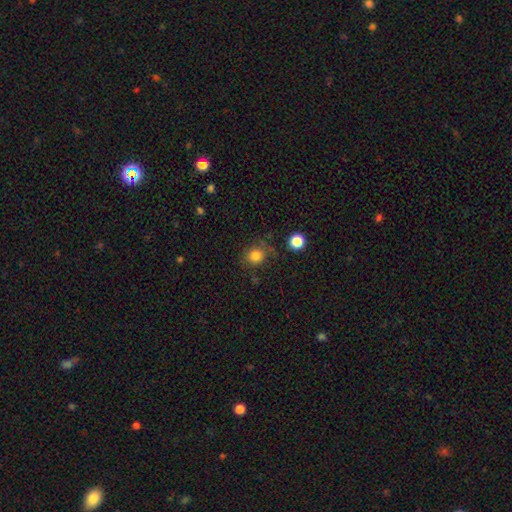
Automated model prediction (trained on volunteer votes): smooth 81%, star or artifact 12%, featured or disk 6%. Down the decision tree: how rounded — round (81%); merging — none (74%).